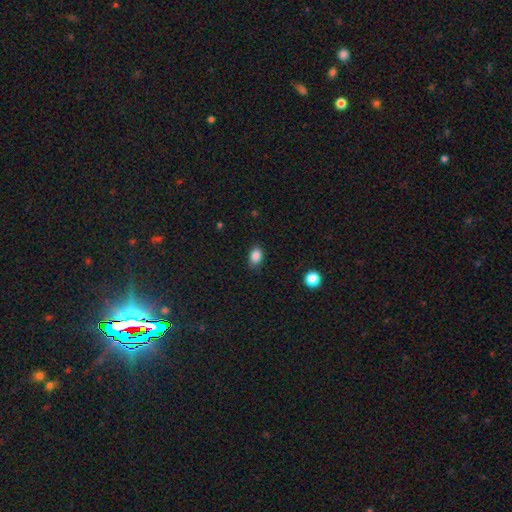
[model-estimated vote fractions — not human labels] This is clearly a smooth galaxy (86%). How rounded: likely in between (78%). Merging: clearly none (83%).